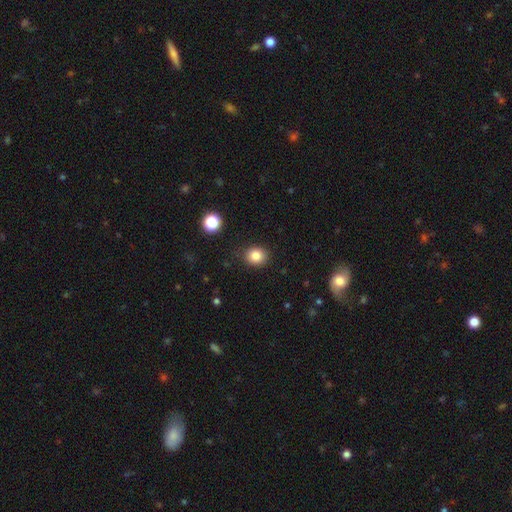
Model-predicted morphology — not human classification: A smooth galaxy with no disk features (83%) that is round (70%). Merging: none (87%).